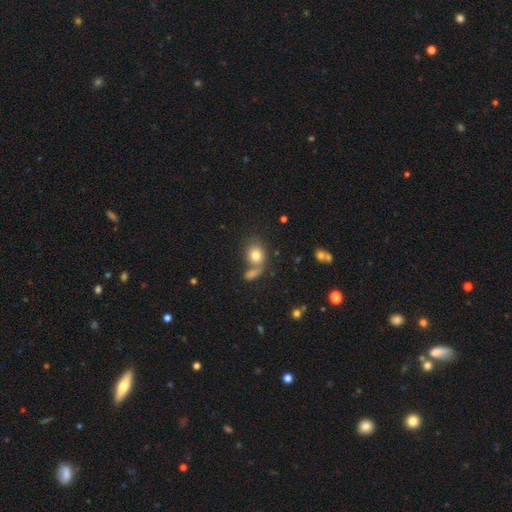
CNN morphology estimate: Overall: smooth (79%). How rounded: round (59%; in between 40%). Merging: none (45%; merger 35%).